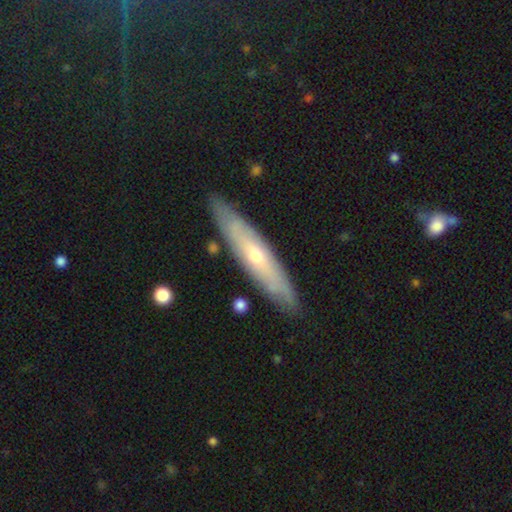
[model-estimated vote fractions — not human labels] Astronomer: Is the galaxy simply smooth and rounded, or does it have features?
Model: featured or disk — 64%.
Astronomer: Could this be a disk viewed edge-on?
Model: yes — 61% (runner-up: no, 39%).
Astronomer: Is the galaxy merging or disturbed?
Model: none — 86%.